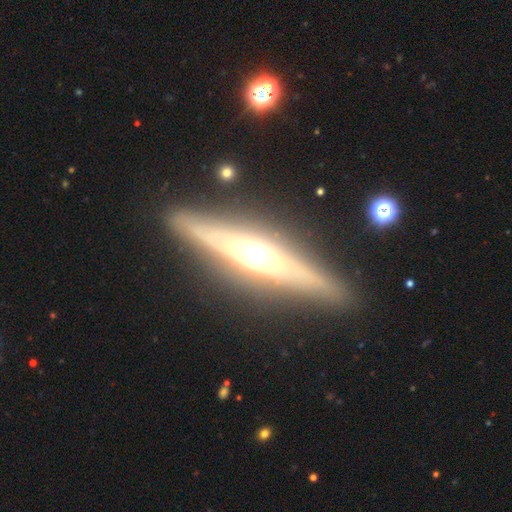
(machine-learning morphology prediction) This appears to be a featured or disk galaxy (75%) viewed edge-on (94%) with a rounded central bulge (87%). Merging: none (88%).